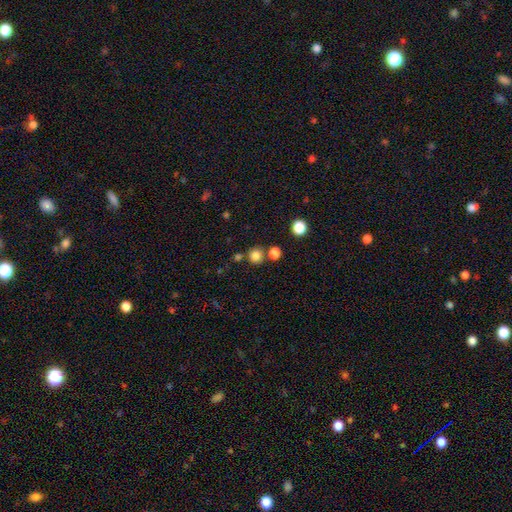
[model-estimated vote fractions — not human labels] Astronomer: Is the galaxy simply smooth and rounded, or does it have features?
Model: smooth — 81%.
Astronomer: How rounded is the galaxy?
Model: round — 93%.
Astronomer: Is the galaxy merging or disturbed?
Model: none — 78%.